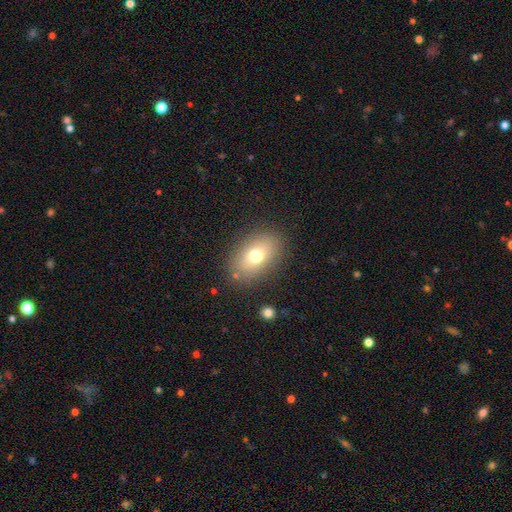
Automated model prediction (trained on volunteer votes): A smooth galaxy with no disk features (71%) that is in between round and cigar-shaped (84%).

Vote fractions:
- Smooth or featured? smooth: 71% / featured or disk: 17% / star or artifact: 11%
- How rounded? in between: 84% / round: 15% / cigar-shaped: 2%
- Merging? none: 83% / minor disturbance: 10% / major disturbance: 4% / merger: 2%